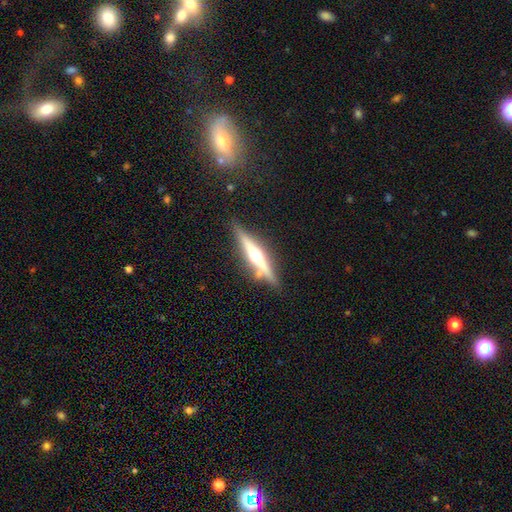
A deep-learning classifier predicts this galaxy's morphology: Overall: featured or disk (73%). Edge-on disk: yes (97%). Edge-on bulge: rounded (93%). Merging: none (81%).